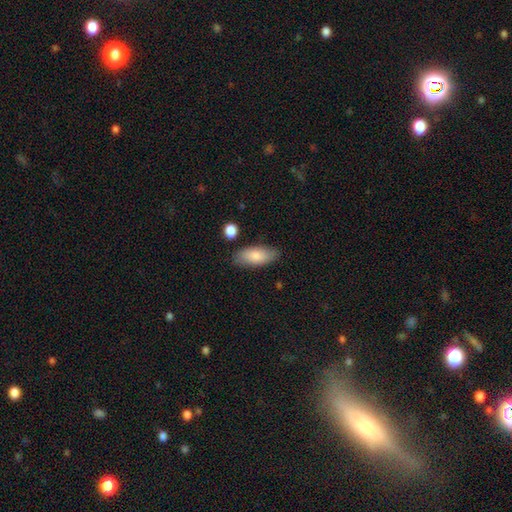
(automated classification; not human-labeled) Morphology: type=smooth (81%); roundness=in between (85%); merging=none (80%).